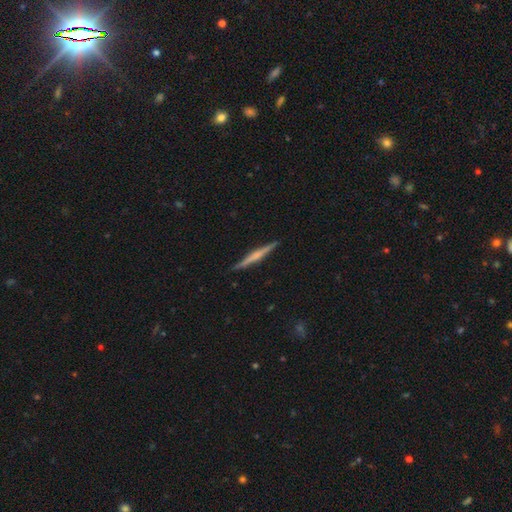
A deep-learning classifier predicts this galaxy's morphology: type=featured or disk (62%); edge-on=yes (98%); edge-on bulge=rounded (42%); merging=none (91%).